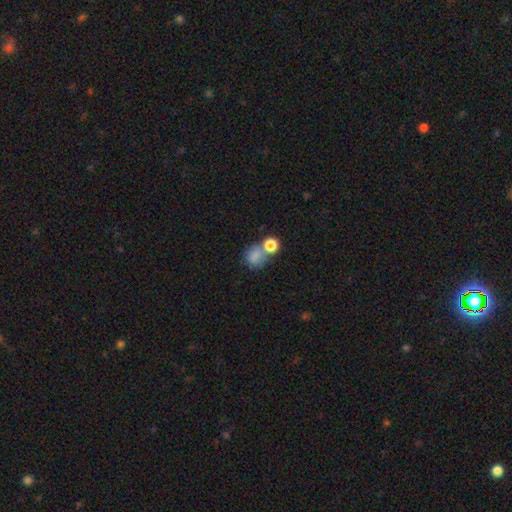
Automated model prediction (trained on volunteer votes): Q: Smooth or featured?
A: smooth (77%); runner-up: star or artifact (13%)
Q: How rounded?
A: round (66%); runner-up: in between (33%)
Q: Merging?
A: none (39%); runner-up: merger (38%)